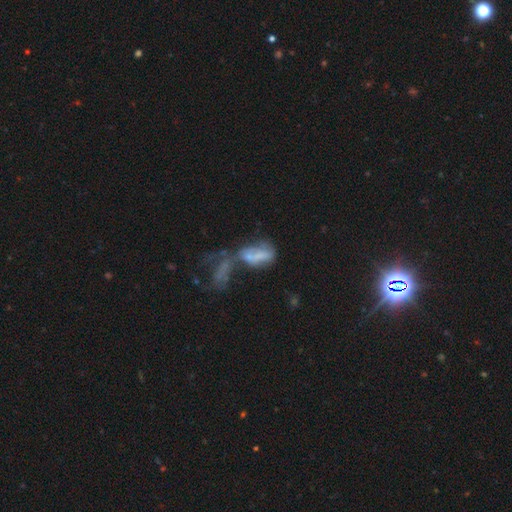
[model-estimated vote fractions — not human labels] Q: Smooth or featured?
A: smooth (49%); runner-up: featured or disk (37%)
Q: Merging?
A: merger (62%); runner-up: major disturbance (18%)